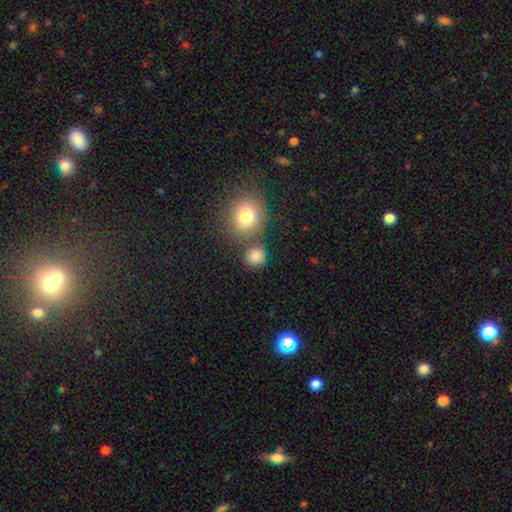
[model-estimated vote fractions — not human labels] This appears to be a smooth galaxy with no disk features (82%) that is round (87%). Merging: none (66%).